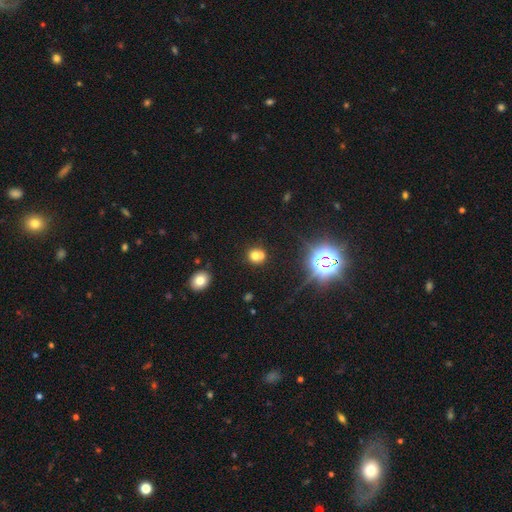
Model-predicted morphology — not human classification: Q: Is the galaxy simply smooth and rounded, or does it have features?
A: smooth — 66%.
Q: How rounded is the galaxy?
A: round — 82%.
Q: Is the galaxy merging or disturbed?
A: none — 47%.